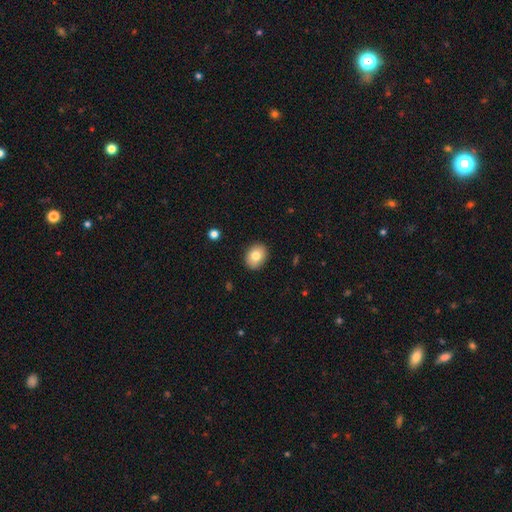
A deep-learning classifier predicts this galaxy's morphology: smooth 80%, featured or disk 12%, star or artifact 8%. Down the decision tree: how rounded — in between (60%); merging — none (89%).